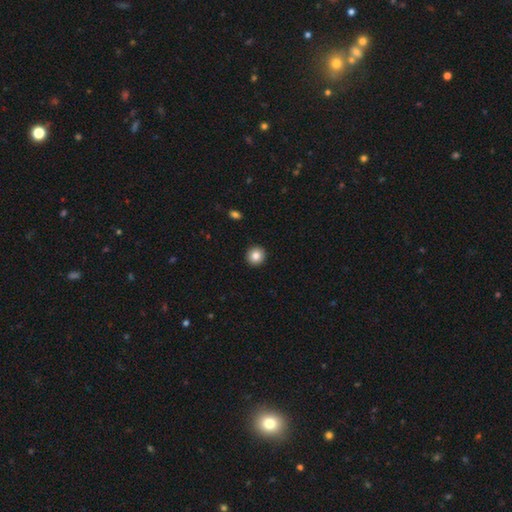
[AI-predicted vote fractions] Q: Smooth or featured?
A: smooth (85%); runner-up: star or artifact (9%)
Q: How rounded?
A: round (94%); runner-up: in between (5%)
Q: Merging?
A: none (93%); runner-up: minor disturbance (4%)